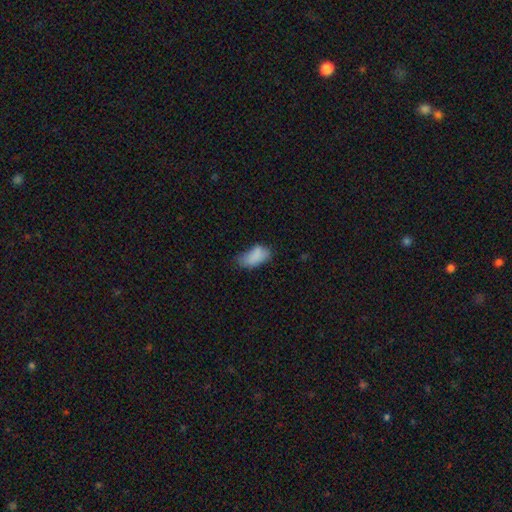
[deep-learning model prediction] smooth 83%, star or artifact 9%, featured or disk 8%. Down the decision tree: how rounded — in between (93%); merging — none (42%).